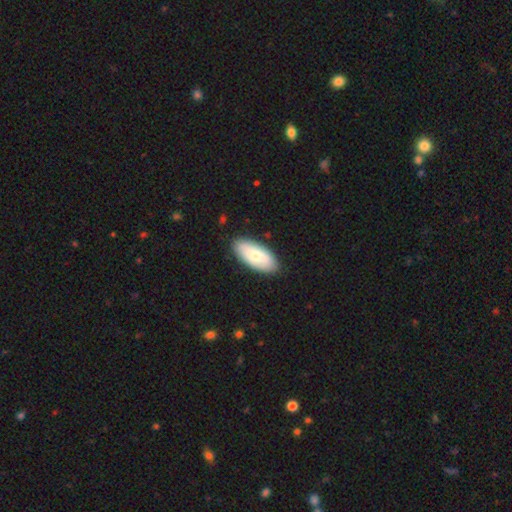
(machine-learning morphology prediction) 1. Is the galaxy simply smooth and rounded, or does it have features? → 71% smooth, 24% featured or disk, 5% star or artifact.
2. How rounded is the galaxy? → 90% in between, 8% cigar-shaped, 2% round.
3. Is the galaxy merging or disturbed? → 87% none, 10% minor disturbance, 2% major disturbance, 1% merger.